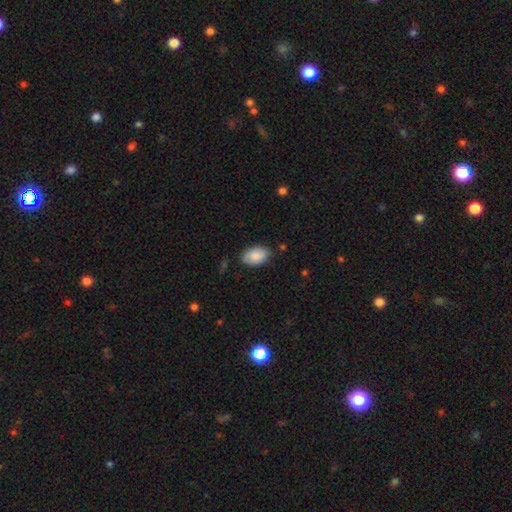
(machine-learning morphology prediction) This appears to be a smooth galaxy with no disk features (88%) that is in between round and cigar-shaped (92%). Merging: none (83%).